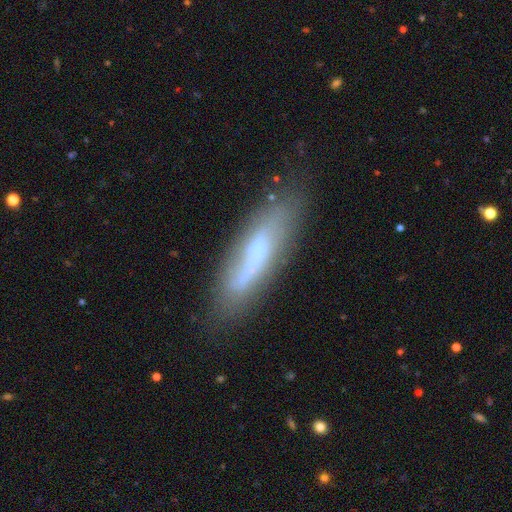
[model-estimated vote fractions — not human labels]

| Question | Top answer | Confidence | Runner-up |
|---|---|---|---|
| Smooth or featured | smooth | 49% | featured or disk (42%) |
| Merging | none | 68% | minor disturbance (21%) |